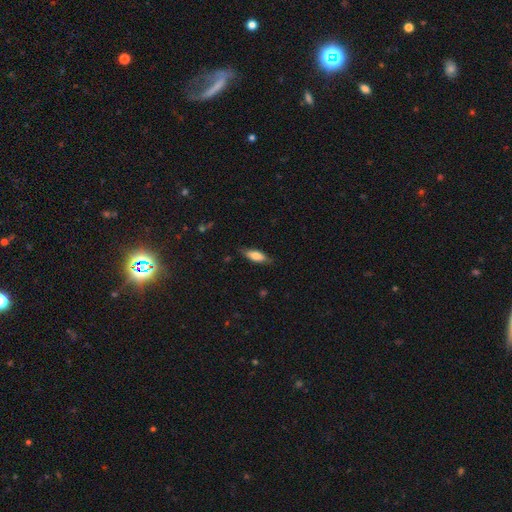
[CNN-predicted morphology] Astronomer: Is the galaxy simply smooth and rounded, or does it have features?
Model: smooth — 71%.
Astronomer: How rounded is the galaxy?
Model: in between — 62%.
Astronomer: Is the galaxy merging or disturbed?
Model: none — 80%.